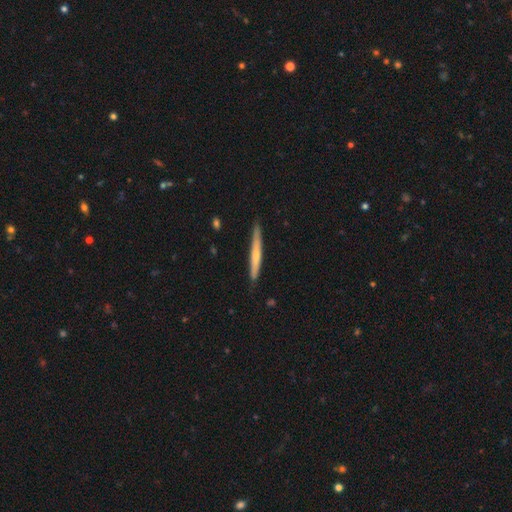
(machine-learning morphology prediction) Smooth or featured?
  - smooth: 53% *
  - featured or disk: 41%
  - star or artifact: 5%
How rounded?
  - cigar-shaped: 96% *
  - in between: 3%
  - round: 1%
Merging?
  - none: 85% *
  - minor disturbance: 11%
  - major disturbance: 2%
  - merger: 1%